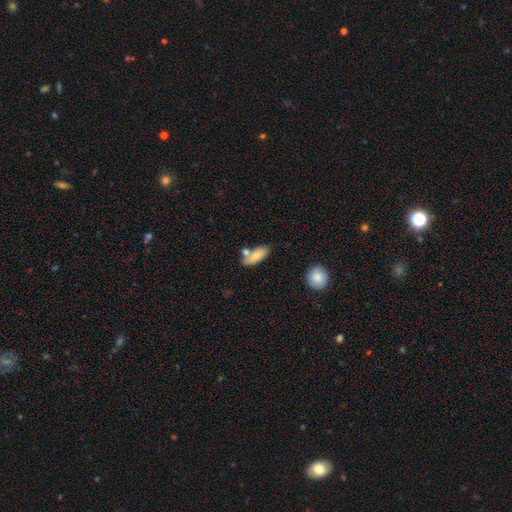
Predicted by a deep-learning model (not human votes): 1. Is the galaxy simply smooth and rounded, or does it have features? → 78% smooth, 15% featured or disk, 6% star or artifact.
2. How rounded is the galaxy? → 75% in between, 22% cigar-shaped, 3% round.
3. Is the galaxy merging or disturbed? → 57% none, 23% merger, 16% minor disturbance, 4% major disturbance.